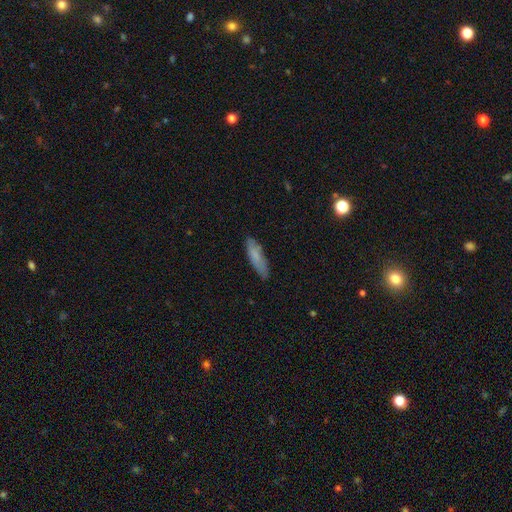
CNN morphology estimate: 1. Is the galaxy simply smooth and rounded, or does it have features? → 75% smooth, 18% featured or disk, 7% star or artifact.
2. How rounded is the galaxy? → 67% cigar-shaped, 31% in between, 2% round.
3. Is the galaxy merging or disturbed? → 80% none, 16% minor disturbance, 3% major disturbance, 1% merger.